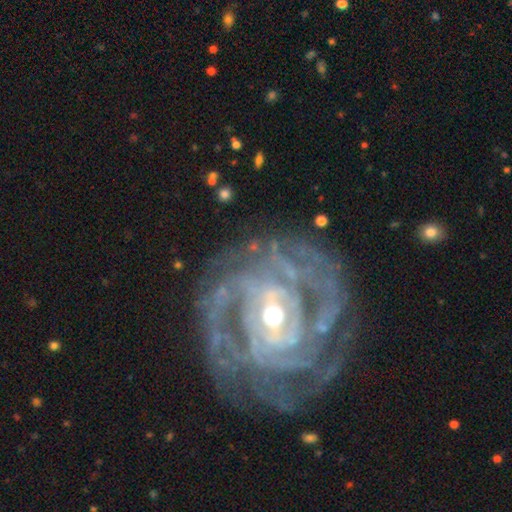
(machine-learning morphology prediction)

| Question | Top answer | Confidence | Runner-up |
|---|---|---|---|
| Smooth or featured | featured or disk | 91% | star or artifact (6%) |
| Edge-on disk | no | 97% | yes (3%) |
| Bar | strong | 42% | weak (38%) |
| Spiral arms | yes | 97% | no (3%) |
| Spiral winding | tight | 79% | medium (18%) |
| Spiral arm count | can't tell | 22% | 4 (20%) |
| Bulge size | moderate | 53% | small (42%) |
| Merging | none | 78% | minor disturbance (14%) |